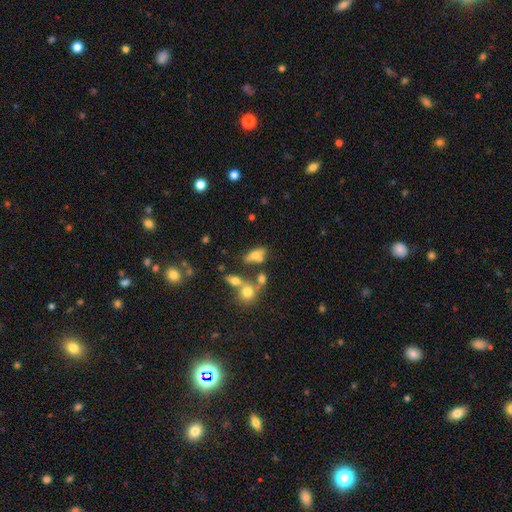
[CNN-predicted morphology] The model was most divided on "merging": none: 40%, merger: 32%, minor disturbance: 16%, major disturbance: 11%. More confident: how rounded — in between (71%); smooth or featured — smooth (55%).